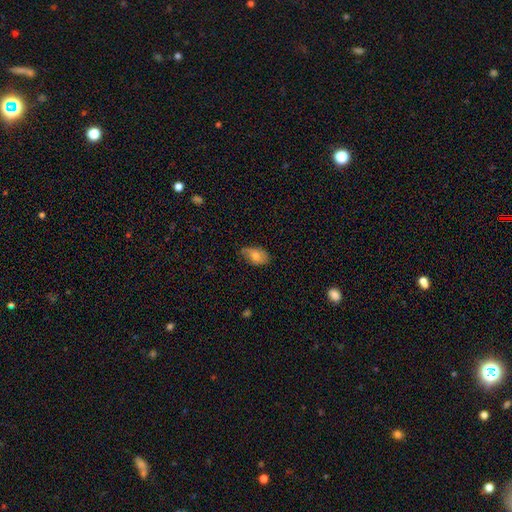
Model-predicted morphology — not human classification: This is likely a smooth galaxy (69%). How rounded: clearly in between (91%). Merging: likely none (67%).